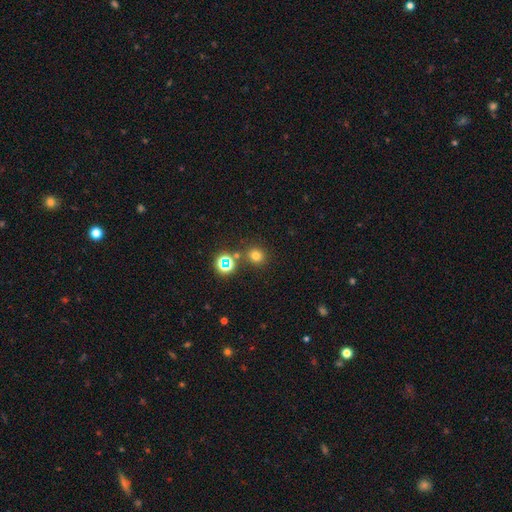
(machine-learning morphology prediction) smooth-or-featured: smooth: 71% | star or artifact: 23% | featured or disk: 6%
  how-rounded: round: 86% | in between: 13% | cigar-shaped: 1%
  merging: none: 80% | merger: 8% | minor disturbance: 8% | major disturbance: 3%